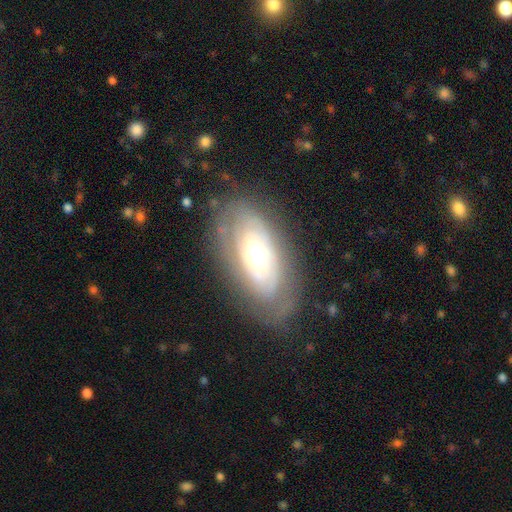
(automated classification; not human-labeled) This appears to be a featured or disk galaxy (69%) with no bar (79%), spiral arms (62%) and a moderate central bulge (62%). Merging: none (72%).